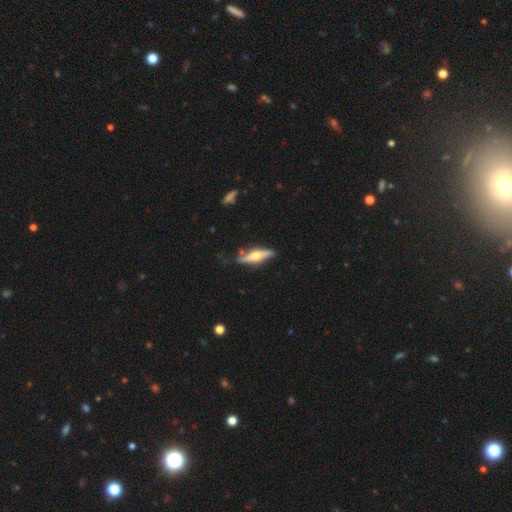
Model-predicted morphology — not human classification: Q: Smooth or featured?
A: featured or disk (65%); runner-up: smooth (30%)
Q: Edge-on disk?
A: yes (93%); runner-up: no (7%)
Q: Edge-on bulge?
A: rounded (93%); runner-up: boxy (4%)
Q: Merging?
A: none (74%); runner-up: minor disturbance (18%)